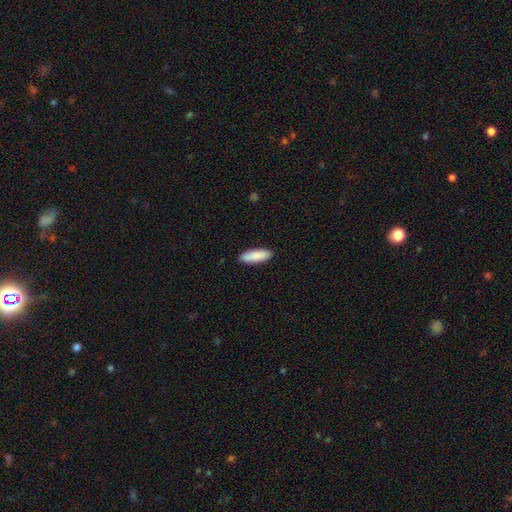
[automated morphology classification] Smooth or featured: smooth — 89% (featured or disk — 6%)
How rounded: in between — 56% (cigar-shaped — 43%)
Merging: none — 90% (minor disturbance — 7%)